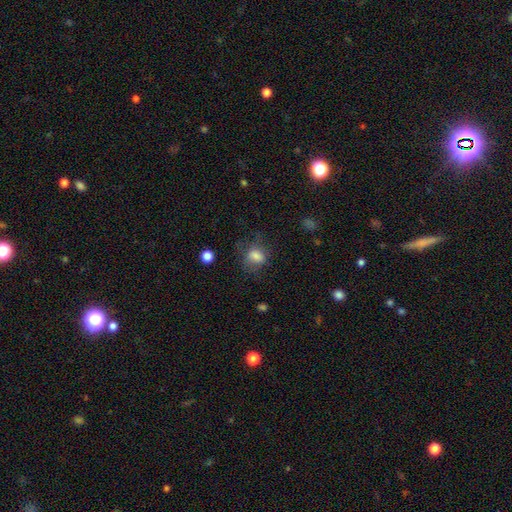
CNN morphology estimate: type=smooth (74%); roundness=round (52%); merging=none (50%).